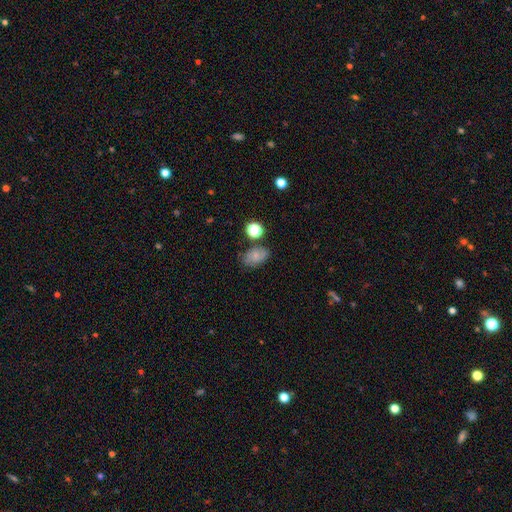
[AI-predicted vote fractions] Overall: smooth (69%). How rounded: in between (81%). Merging: none (68%).